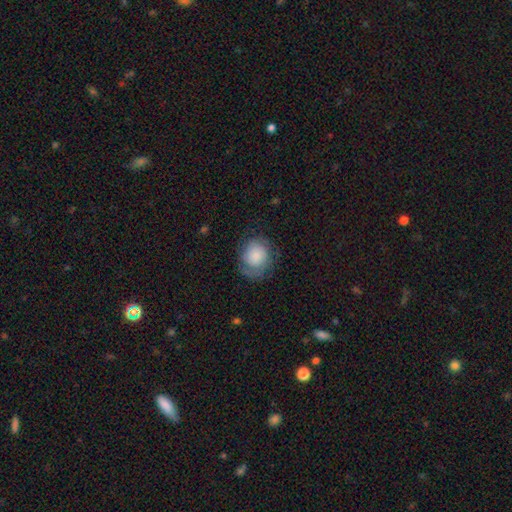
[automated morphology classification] type=smooth (61%); roundness=round (74%); merging=none (63%).